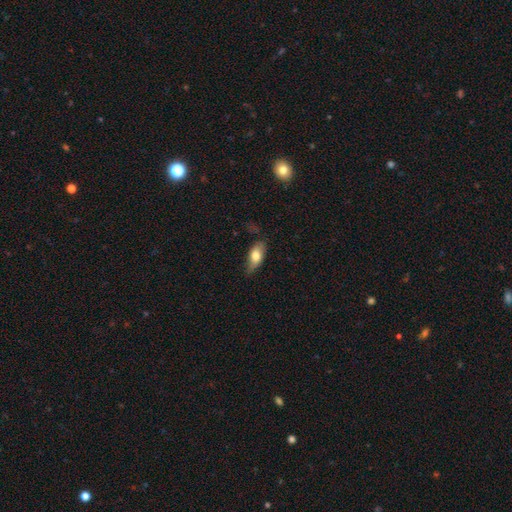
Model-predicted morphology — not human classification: Smooth or featured? smooth (72%)
How rounded? in between (83%)
Merging? none (65%)